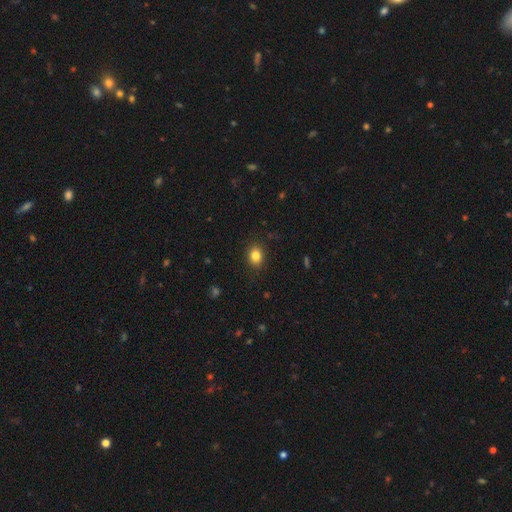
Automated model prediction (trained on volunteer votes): Q: Smooth or featured?
A: smooth (84%); runner-up: star or artifact (10%)
Q: How rounded?
A: in between (54%); runner-up: round (45%)
Q: Merging?
A: none (88%); runner-up: minor disturbance (9%)